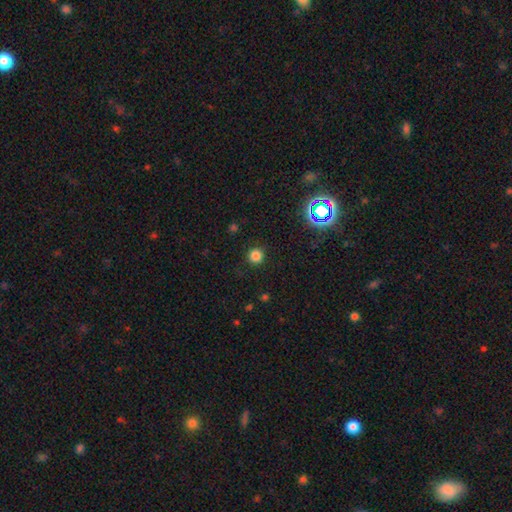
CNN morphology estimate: smooth 82%, star or artifact 14%, featured or disk 4%. Down the decision tree: how rounded — round (94%); merging — none (91%).